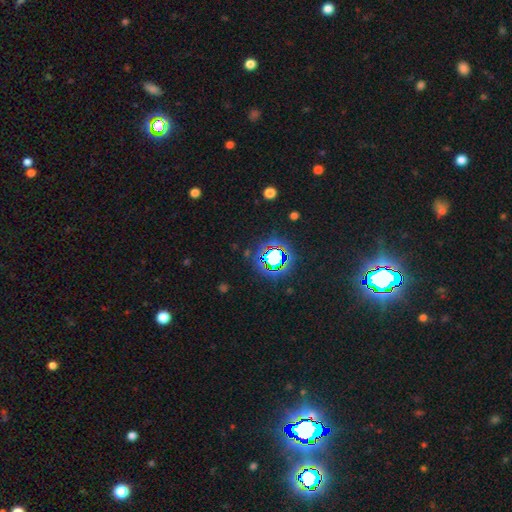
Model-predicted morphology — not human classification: Smooth or featured?
  - star or artifact: 81% *
  - smooth: 11%
  - featured or disk: 8%